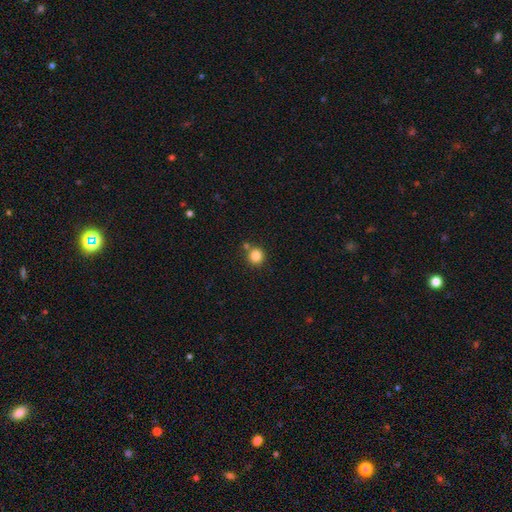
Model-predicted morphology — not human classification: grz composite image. It shows a smooth galaxy with no disk features (84%) that is round (93%). Merging: none (76%).